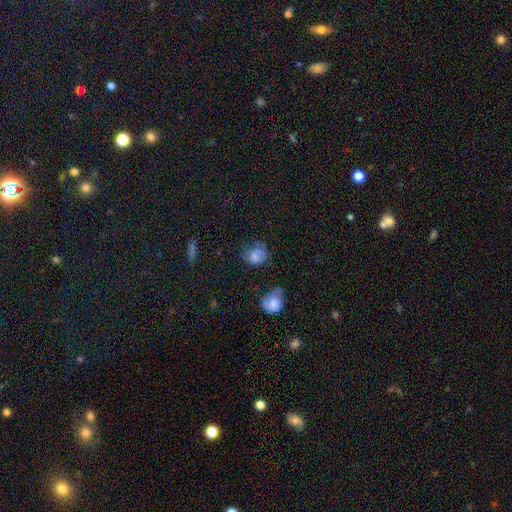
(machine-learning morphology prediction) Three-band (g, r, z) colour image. It shows a smooth galaxy with no disk features (65%) that is round (56%). Merging: none (45%).